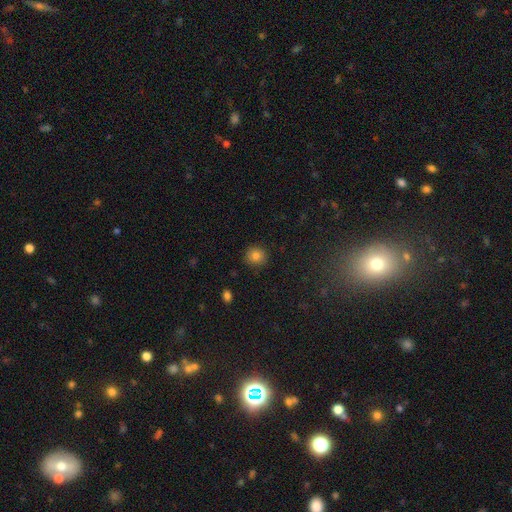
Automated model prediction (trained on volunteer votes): Smooth or featured? smooth (83%)
How rounded? round (89%)
Merging? none (87%)